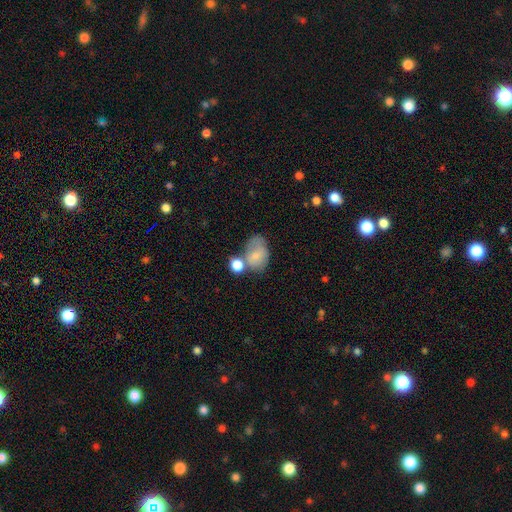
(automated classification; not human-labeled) Smooth or featured? Predicted: smooth (p=0.73). How rounded? Predicted: in between (p=0.74). Merging? Predicted: none (p=0.34).